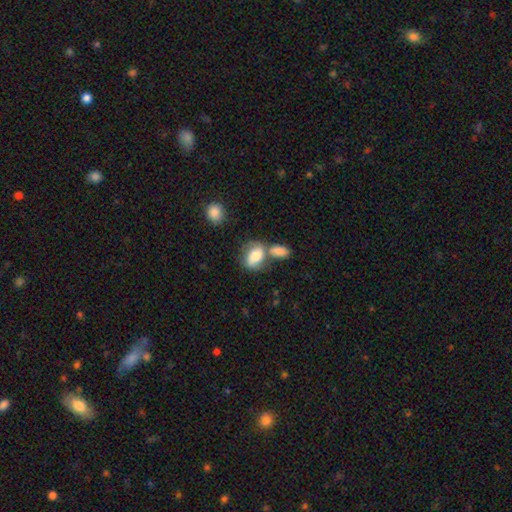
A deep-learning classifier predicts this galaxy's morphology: smooth 68%, featured or disk 25%, star or artifact 7%. Down the decision tree: how rounded — in between (74%); merging — none (39%).